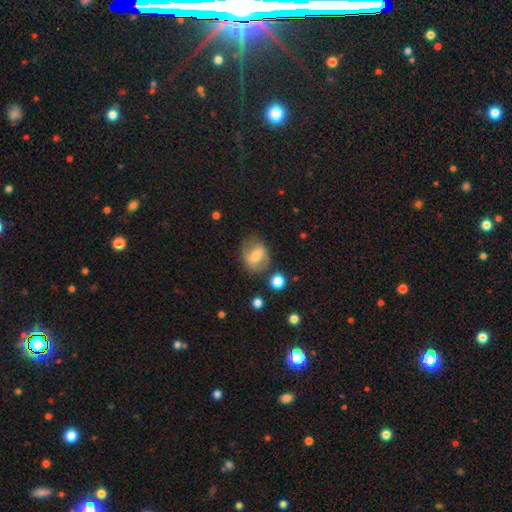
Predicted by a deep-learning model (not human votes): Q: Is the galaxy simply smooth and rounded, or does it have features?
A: smooth — 50%.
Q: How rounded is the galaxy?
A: in between — 56%.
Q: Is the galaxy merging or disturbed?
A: none — 65%.